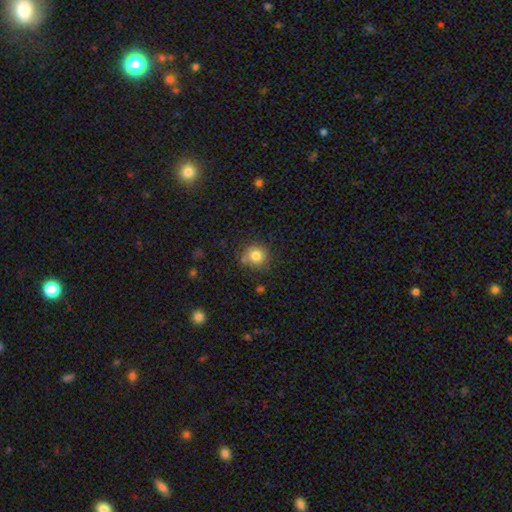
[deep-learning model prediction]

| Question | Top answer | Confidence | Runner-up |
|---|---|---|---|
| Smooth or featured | smooth | 81% | star or artifact (11%) |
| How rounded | round | 87% | in between (12%) |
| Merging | none | 76% | minor disturbance (17%) |